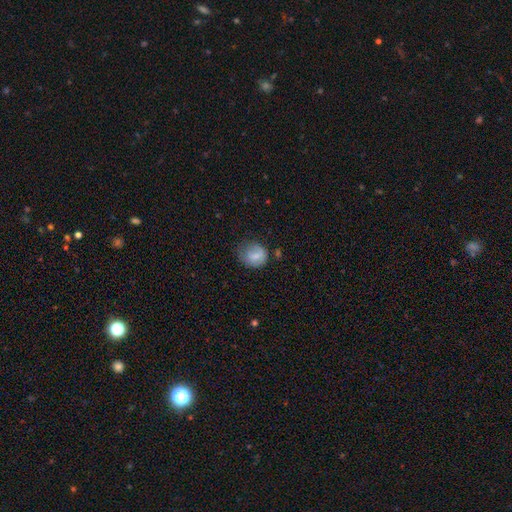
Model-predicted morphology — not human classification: type=smooth (76%); roundness=round (68%); merging=none (50%).